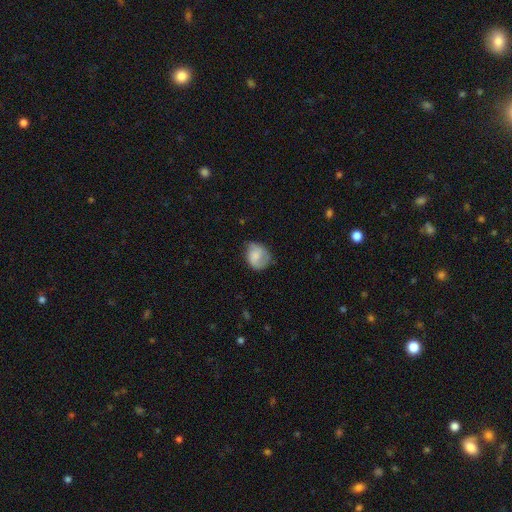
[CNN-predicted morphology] Smooth or featured? smooth (69%)
How rounded? round (58%)
Merging? none (49%)